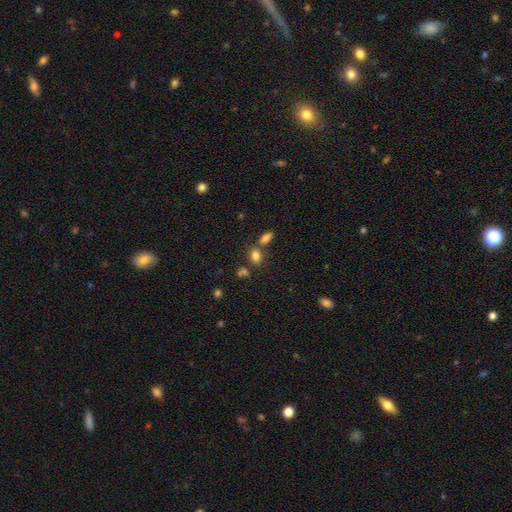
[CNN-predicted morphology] type=smooth (81%); roundness=in between (76%); merging=none (59%).